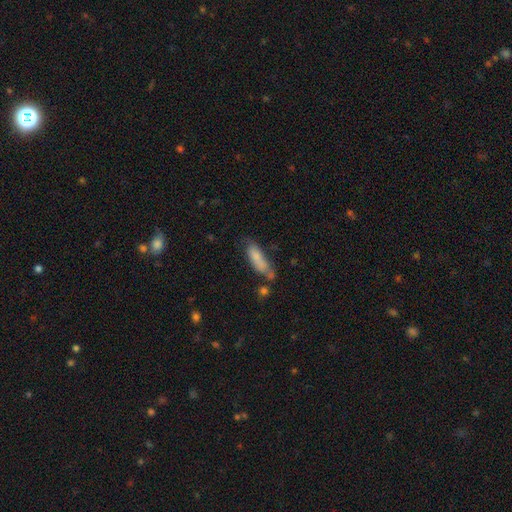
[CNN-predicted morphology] This appears to be a smooth galaxy with no disk features (59%) that is cigar-shaped (56%). Merging: none (61%).